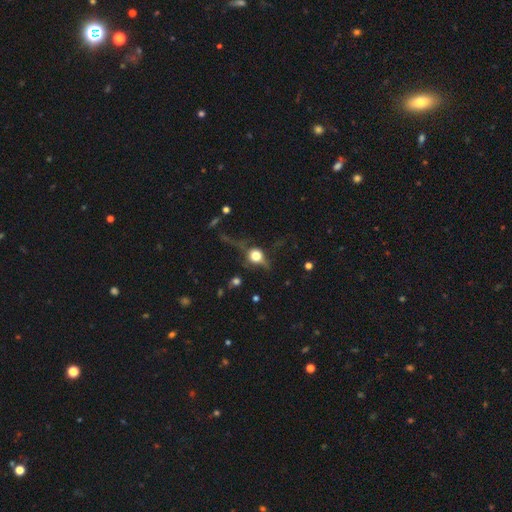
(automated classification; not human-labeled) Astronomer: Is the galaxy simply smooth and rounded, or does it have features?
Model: smooth — 53% (runner-up: featured or disk, 31%).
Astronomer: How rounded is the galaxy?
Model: round — 77%.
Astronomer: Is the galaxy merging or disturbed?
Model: none — 52%.